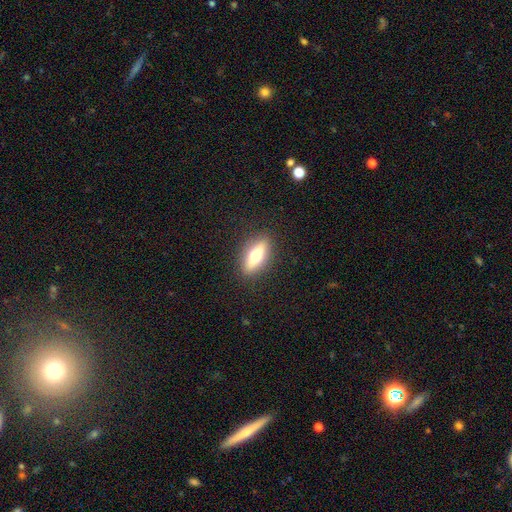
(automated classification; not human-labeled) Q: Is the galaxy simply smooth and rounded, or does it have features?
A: smooth — 53%.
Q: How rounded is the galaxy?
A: in between — 60%.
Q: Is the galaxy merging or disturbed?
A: none — 88%.